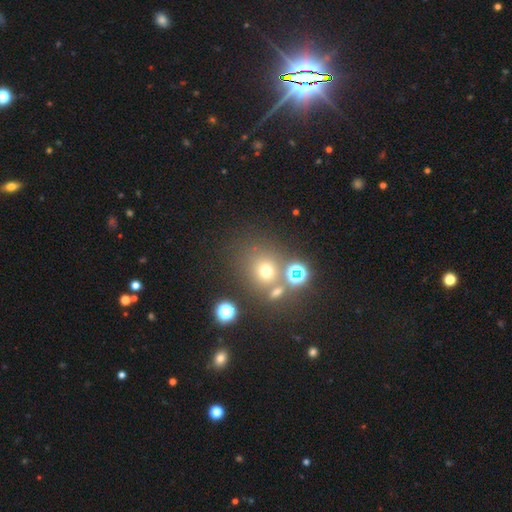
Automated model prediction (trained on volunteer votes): Smooth or featured?
  - star or artifact: 55% *
  - smooth: 35%
  - featured or disk: 10%